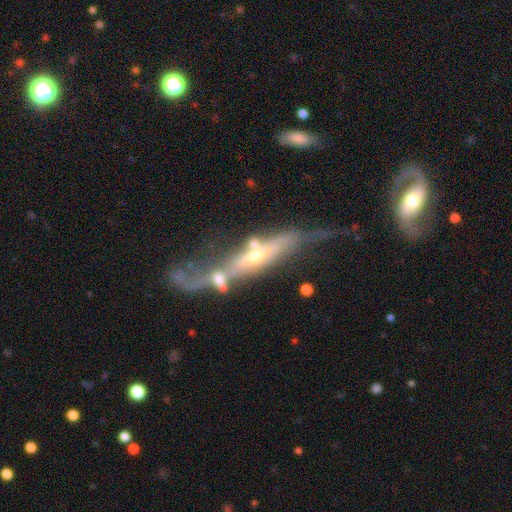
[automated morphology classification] The model was most divided on "merging": merger: 42%, none: 24%, major disturbance: 19%, minor disturbance: 15%. More confident: smooth or featured — featured or disk (75%); edge-on disk — yes (65%).